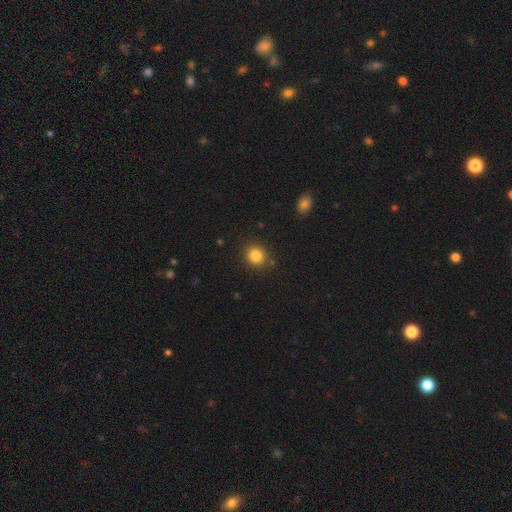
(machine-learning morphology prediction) Smooth or featured? Predicted: smooth (p=0.84). How rounded? Predicted: round (p=0.86). Merging? Predicted: none (p=0.88).